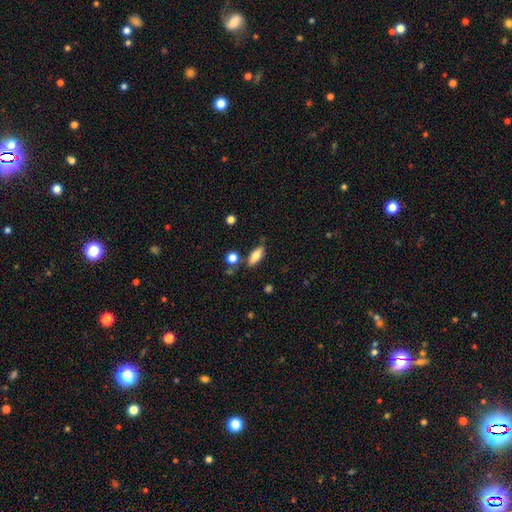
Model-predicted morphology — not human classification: A smooth galaxy with no disk features (67%) that is in between round and cigar-shaped (71%). Merging: none (77%).